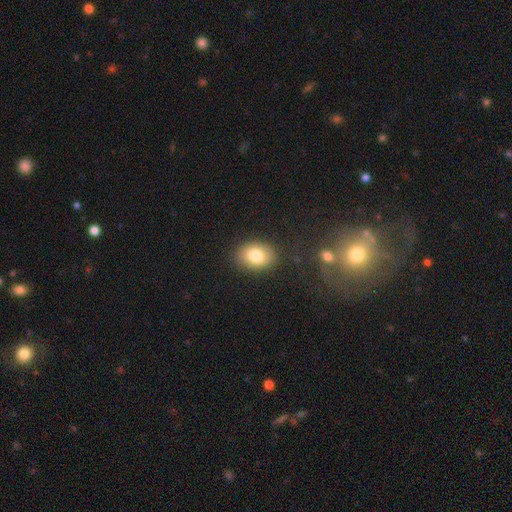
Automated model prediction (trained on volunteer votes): The model was most divided on "how rounded": in between: 71%, round: 27%, cigar-shaped: 1%. More confident: merging — none (85%); smooth or featured — smooth (80%).